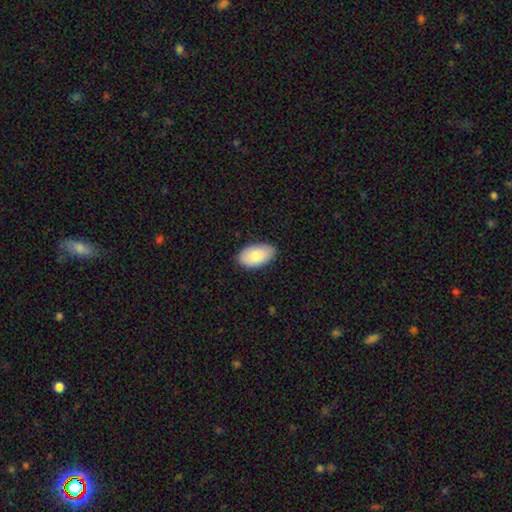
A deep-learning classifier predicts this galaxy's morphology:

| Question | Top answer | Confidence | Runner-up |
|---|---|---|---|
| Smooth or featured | smooth | 82% | featured or disk (12%) |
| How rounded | in between | 95% | round (4%) |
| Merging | none | 84% | minor disturbance (13%) |